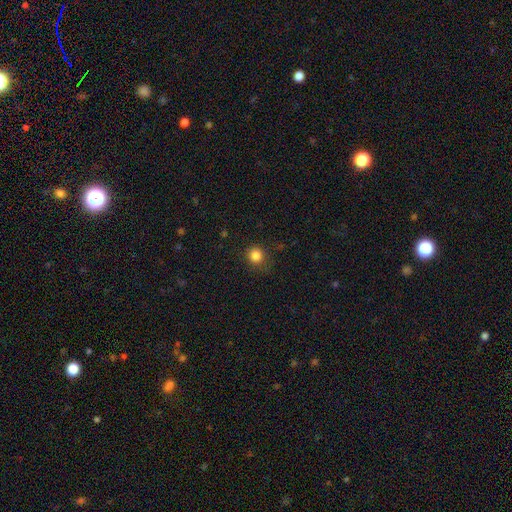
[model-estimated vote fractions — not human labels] Smooth or featured?
  - smooth: 84% *
  - star or artifact: 12%
  - featured or disk: 4%
How rounded?
  - round: 89% *
  - in between: 11%
  - cigar-shaped: 1%
Merging?
  - none: 82% *
  - minor disturbance: 12%
  - major disturbance: 4%
  - merger: 1%